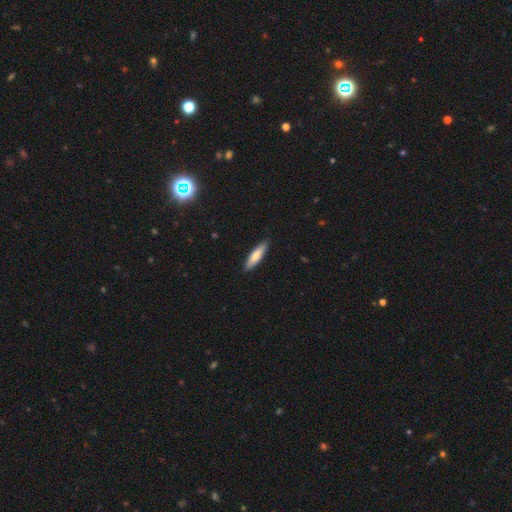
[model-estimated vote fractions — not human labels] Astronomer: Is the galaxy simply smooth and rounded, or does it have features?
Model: smooth — 76%.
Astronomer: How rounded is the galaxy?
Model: cigar-shaped — 72%.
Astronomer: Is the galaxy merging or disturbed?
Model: none — 88%.